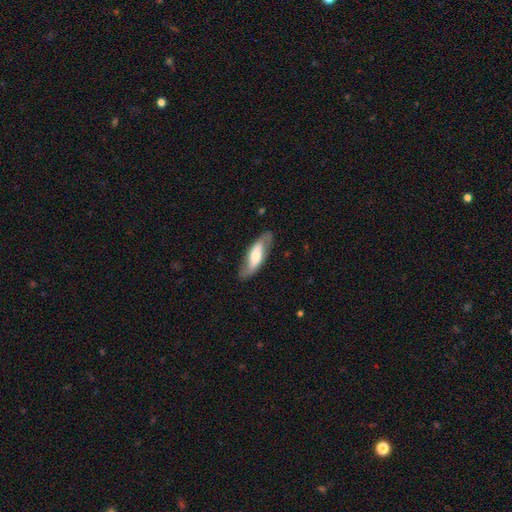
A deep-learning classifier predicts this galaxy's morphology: A featured or disk galaxy (56%).

Vote fractions:
- Smooth or featured? featured or disk: 56% / smooth: 39% / star or artifact: 5%
- Edge-on disk? no: 74% / yes: 26%
- Merging? none: 80% / minor disturbance: 15% / major disturbance: 4% / merger: 1%